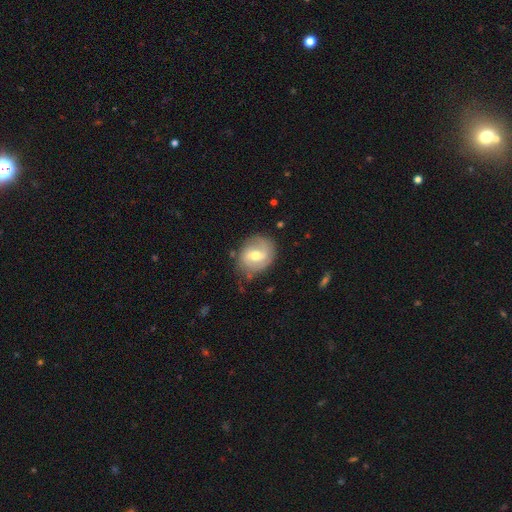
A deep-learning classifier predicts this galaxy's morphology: The model was most divided on "spiral winding": medium: 43%, tight: 33%, loose: 24%. More confident: edge-on disk — no (97%); spiral arms — yes (83%); merging — none (72%); spiral arm count — 2 (71%); bulge size — moderate (68%); smooth or featured — featured or disk (67%); bar — weak (54%).